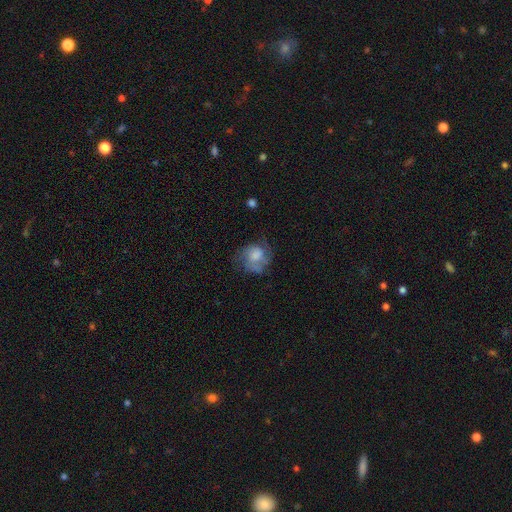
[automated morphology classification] Smooth or featured? Predicted: smooth (p=0.51). How rounded? Predicted: round (p=0.69). Merging? Predicted: none (p=0.49).